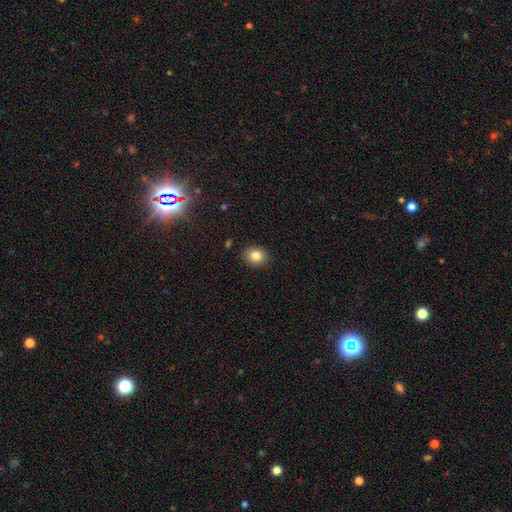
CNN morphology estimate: smooth 83%, star or artifact 10%, featured or disk 8%. Down the decision tree: how rounded — round (56%); merging — none (89%).